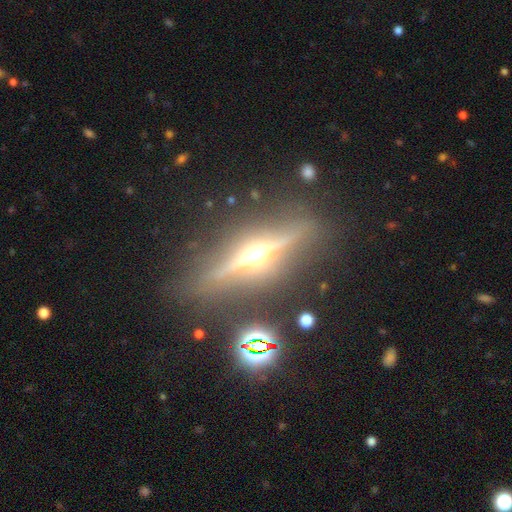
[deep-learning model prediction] Smooth or featured? Predicted: featured or disk (p=0.81). Edge-on disk? Predicted: yes (p=0.94). Edge-on bulge? Predicted: rounded (p=0.94). Merging? Predicted: none (p=0.82).